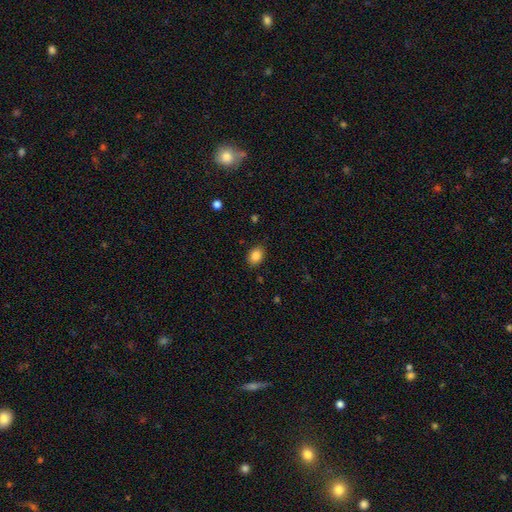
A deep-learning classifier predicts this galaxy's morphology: This is clearly a smooth galaxy (86%). How rounded: likely in between (69%). Merging: clearly none (85%).